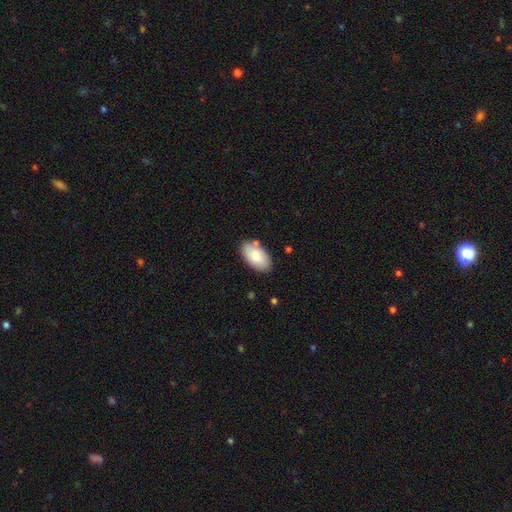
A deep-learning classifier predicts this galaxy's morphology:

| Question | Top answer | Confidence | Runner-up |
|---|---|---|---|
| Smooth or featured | smooth | 83% | featured or disk (11%) |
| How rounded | in between | 95% | round (3%) |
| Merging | none | 79% | minor disturbance (14%) |